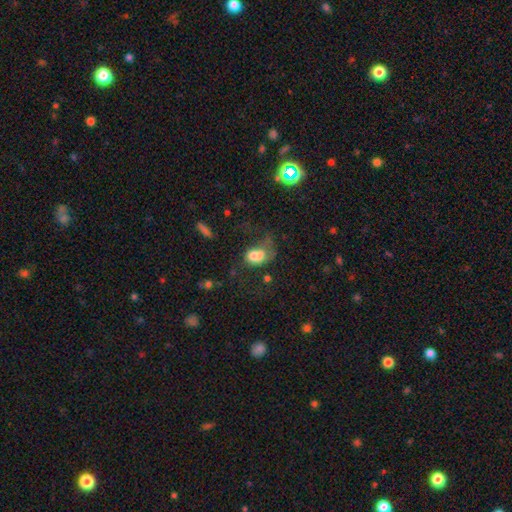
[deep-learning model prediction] Smooth or featured?
  - smooth: 66% *
  - featured or disk: 22%
  - star or artifact: 12%
How rounded?
  - in between: 64% *
  - round: 35%
  - cigar-shaped: 2%
Merging?
  - merger: 41% *
  - major disturbance: 28%
  - none: 17%
  - minor disturbance: 14%